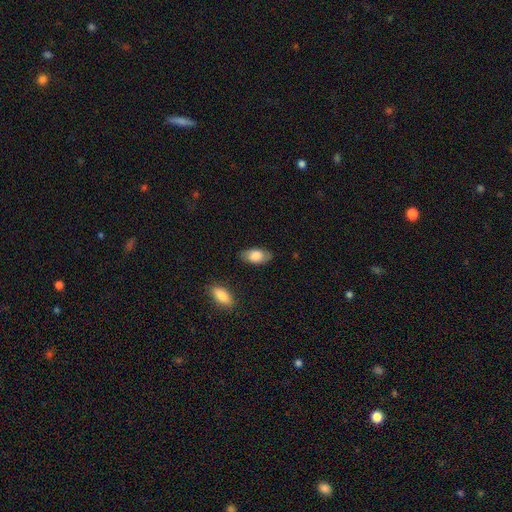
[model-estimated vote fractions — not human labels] smooth 75%, featured or disk 18%, star or artifact 7%. Down the decision tree: how rounded — in between (92%); merging — none (79%).